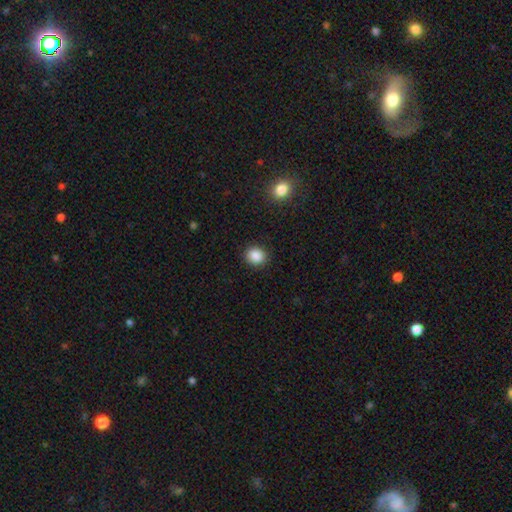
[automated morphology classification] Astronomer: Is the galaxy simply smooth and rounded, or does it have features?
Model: smooth — 88%.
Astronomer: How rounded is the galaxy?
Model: round — 76%.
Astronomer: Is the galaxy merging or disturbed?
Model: none — 90%.